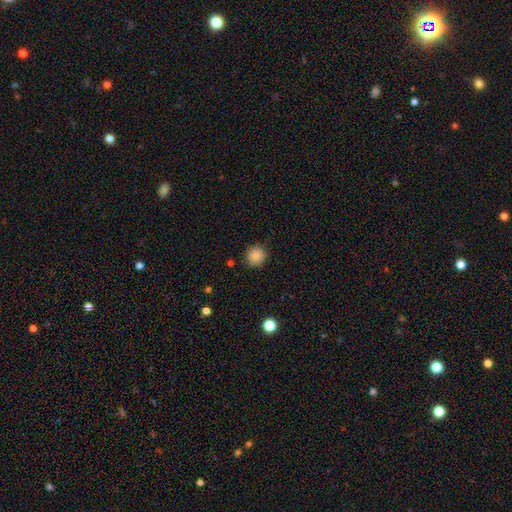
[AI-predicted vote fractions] Smooth or featured: smooth — 86% (star or artifact — 10%)
How rounded: round — 92% (in between — 7%)
Merging: none — 87% (minor disturbance — 9%)